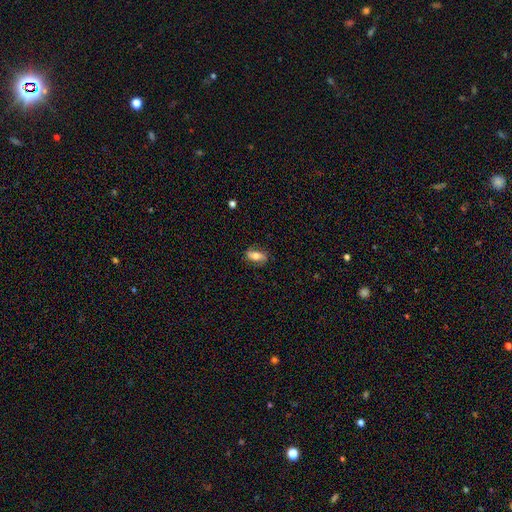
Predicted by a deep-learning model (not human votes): A smooth galaxy with no disk features (53%) that is in between round and cigar-shaped (78%).

Vote fractions:
- Smooth or featured? smooth: 53% / featured or disk: 40% / star or artifact: 8%
- How rounded? in between: 78% / cigar-shaped: 15% / round: 7%
- Merging? none: 79% / minor disturbance: 15% / major disturbance: 4% / merger: 1%